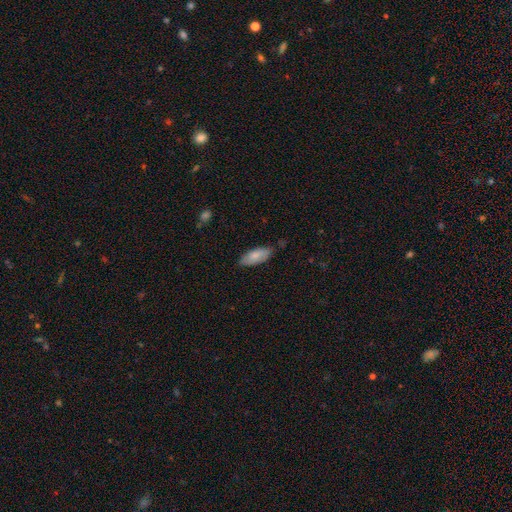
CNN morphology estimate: Smooth or featured? smooth (81%)
How rounded? in between (81%)
Merging? none (77%)